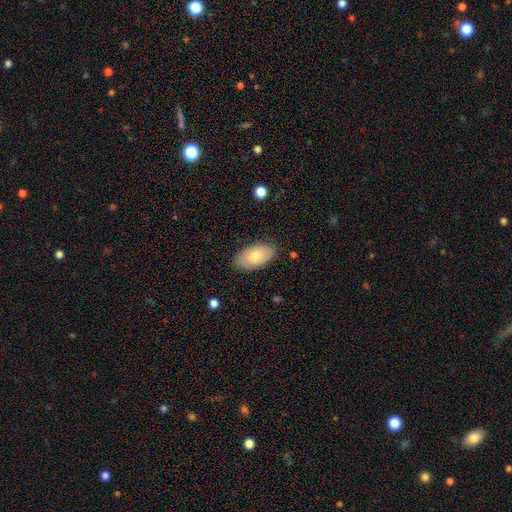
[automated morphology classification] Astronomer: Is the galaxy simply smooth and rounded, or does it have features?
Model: smooth — 72%.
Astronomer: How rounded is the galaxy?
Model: in between — 94%.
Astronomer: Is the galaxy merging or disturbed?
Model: none — 85%.